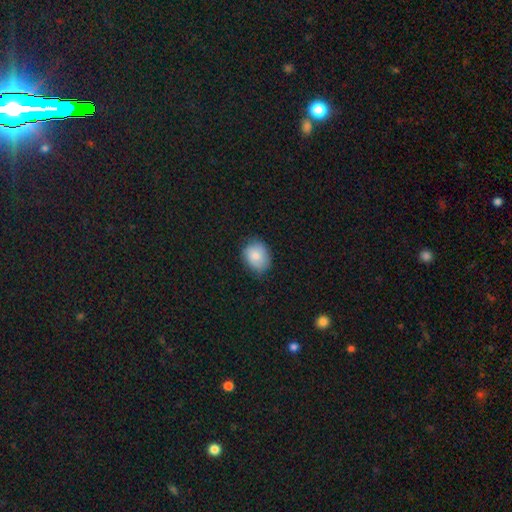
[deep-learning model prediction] A smooth galaxy with no disk features (82%) that is round (51%).

Vote fractions:
- Smooth or featured? smooth: 82% / featured or disk: 10% / star or artifact: 7%
- How rounded? round: 51% / in between: 48% / cigar-shaped: 1%
- Merging? none: 76% / minor disturbance: 20% / major disturbance: 4% / merger: 1%